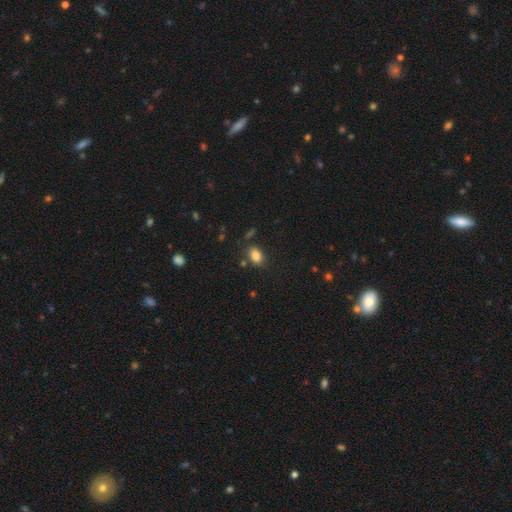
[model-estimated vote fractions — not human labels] Smooth or featured? smooth (83%)
How rounded? in between (81%)
Merging? none (79%)